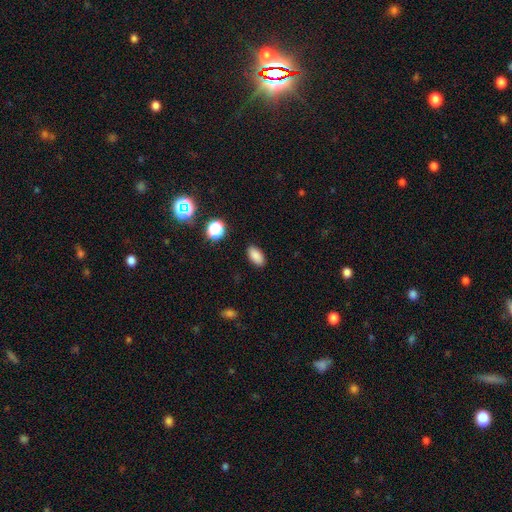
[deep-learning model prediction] smooth 86%, star or artifact 10%, featured or disk 4%. Down the decision tree: how rounded — in between (91%); merging — none (89%).